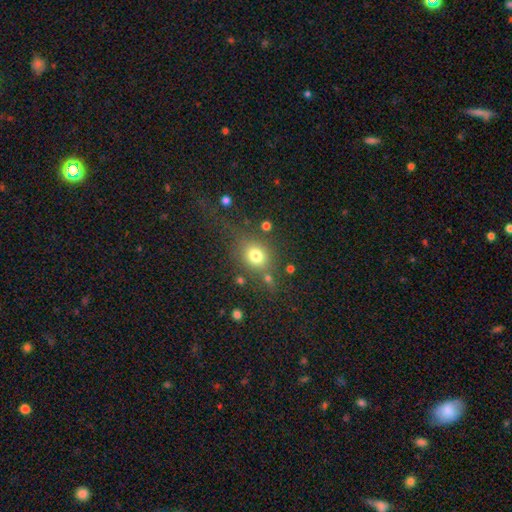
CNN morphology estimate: The model was most divided on "how rounded": round: 63%, in between: 35%, cigar-shaped: 2%. More confident: smooth or featured — smooth (75%); merging — none (64%).